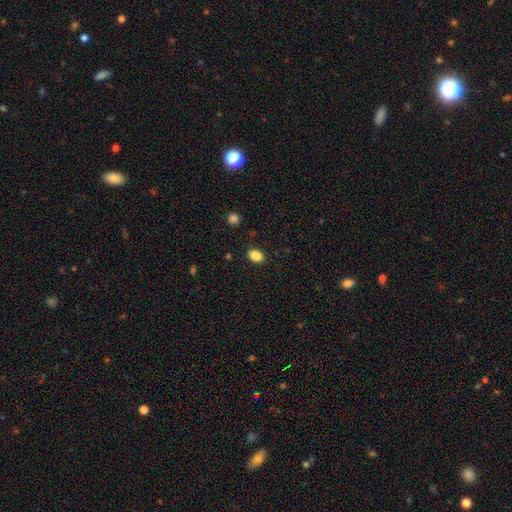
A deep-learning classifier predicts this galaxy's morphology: smooth-or-featured: smooth: 86% | star or artifact: 9% | featured or disk: 4%
  how-rounded: in between: 82% | round: 17% | cigar-shaped: 1%
  merging: none: 88% | minor disturbance: 9% | major disturbance: 2% | merger: 1%